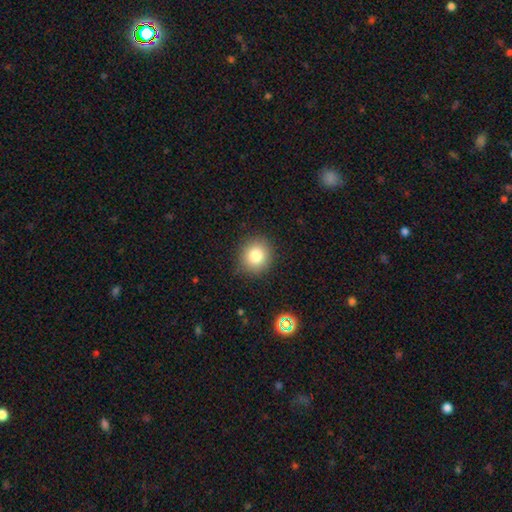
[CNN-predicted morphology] This is clearly a smooth galaxy (81%). How rounded: clearly round (86%). Merging: clearly none (88%).